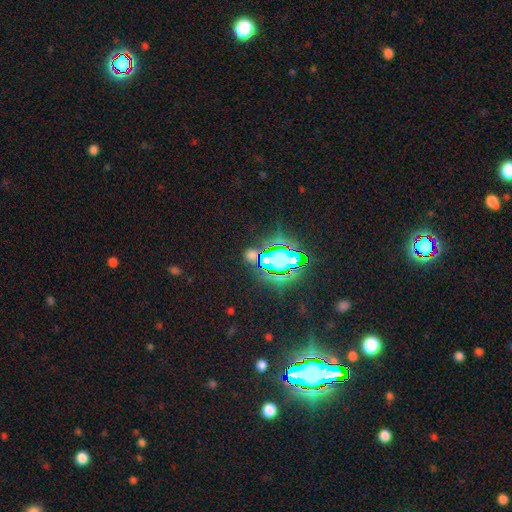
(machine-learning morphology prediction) type=star or artifact (70%).